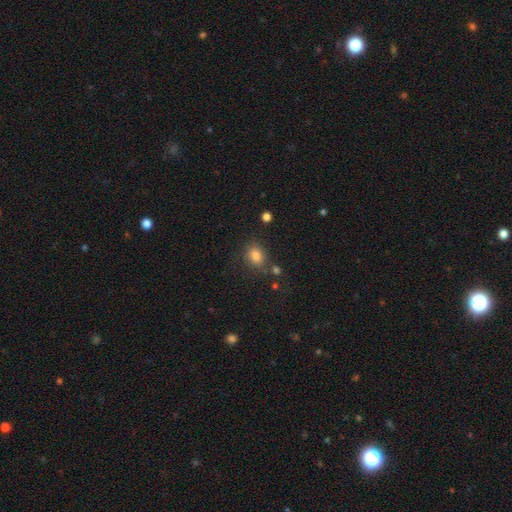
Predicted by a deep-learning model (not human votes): A smooth galaxy with no disk features (81%) that is in between round and cigar-shaped (50%). Merging: none (73%).